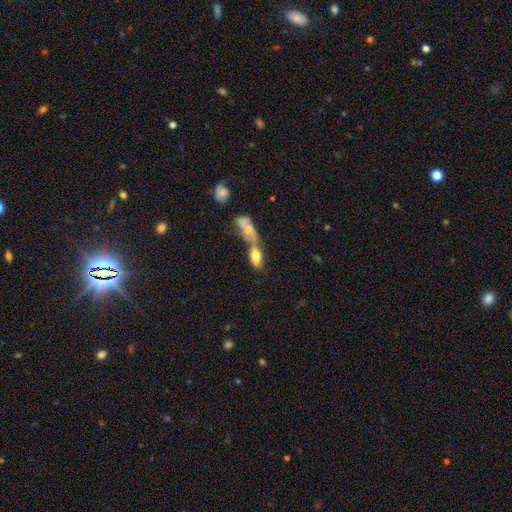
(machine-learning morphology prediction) smooth 69%, featured or disk 23%, star or artifact 9%. Down the decision tree: how rounded — in between (84%); merging — merger (61%).